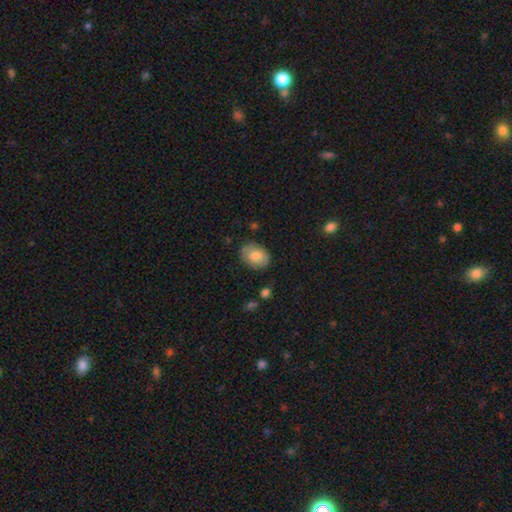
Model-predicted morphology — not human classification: smooth_or_featured: smooth (p=0.78) [alt: featured or disk p=0.15]
how_rounded: in between (p=0.70) [alt: round p=0.29]
merging: none (p=0.77) [alt: minor disturbance p=0.18]